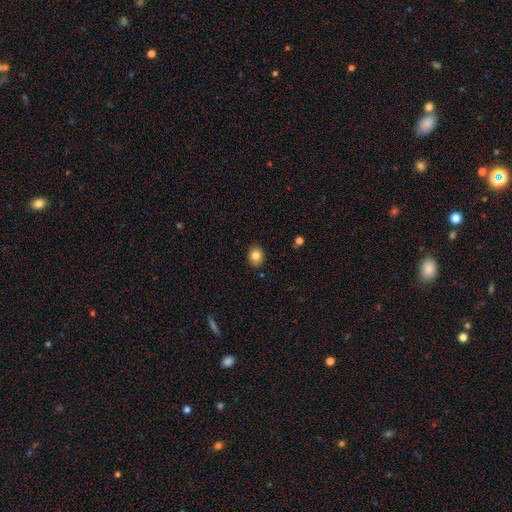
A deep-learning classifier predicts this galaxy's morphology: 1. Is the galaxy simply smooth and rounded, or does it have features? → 82% smooth, 10% star or artifact, 8% featured or disk.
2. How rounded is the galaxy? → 64% round, 35% in between, 1% cigar-shaped.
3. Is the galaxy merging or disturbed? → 89% none, 8% minor disturbance, 2% major disturbance, 1% merger.